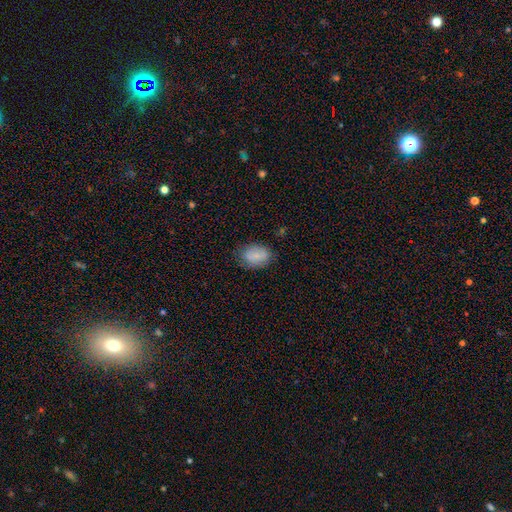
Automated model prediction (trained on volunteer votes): A smooth galaxy with no disk features (82%) that is in between round and cigar-shaped (78%).

Vote fractions:
- Smooth or featured? smooth: 82% / featured or disk: 10% / star or artifact: 8%
- How rounded? in between: 78% / round: 21% / cigar-shaped: 1%
- Merging? none: 75% / minor disturbance: 19% / major disturbance: 5% / merger: 1%